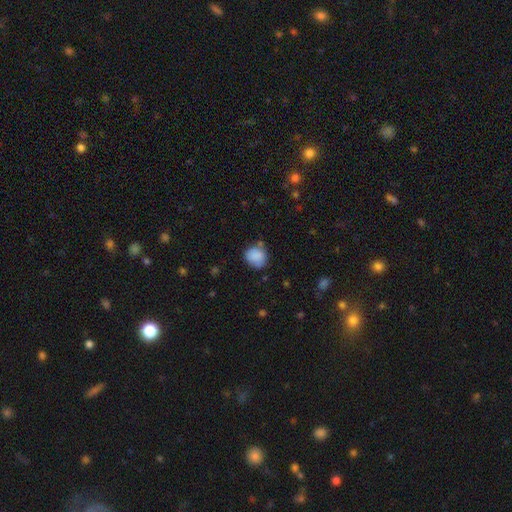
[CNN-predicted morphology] Smooth or featured? smooth (86%)
How rounded? round (74%)
Merging? none (66%)